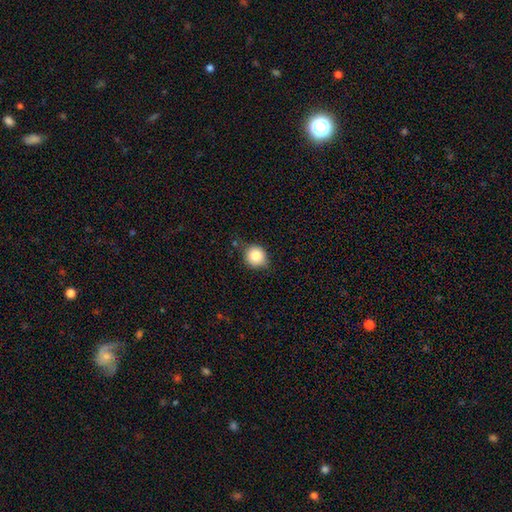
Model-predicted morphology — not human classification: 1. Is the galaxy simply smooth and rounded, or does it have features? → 83% smooth, 10% star or artifact, 8% featured or disk.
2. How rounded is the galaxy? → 88% round, 11% in between, 1% cigar-shaped.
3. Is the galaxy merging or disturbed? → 76% none, 18% minor disturbance, 3% major disturbance, 2% merger.